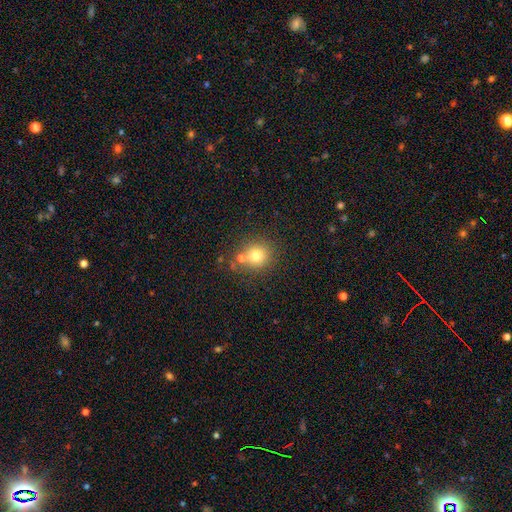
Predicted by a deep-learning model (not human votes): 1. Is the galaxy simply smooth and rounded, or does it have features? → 75% smooth, 14% star or artifact, 11% featured or disk.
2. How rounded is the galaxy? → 88% round, 12% in between, 1% cigar-shaped.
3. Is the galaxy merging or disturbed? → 66% none, 19% merger, 10% minor disturbance, 4% major disturbance.